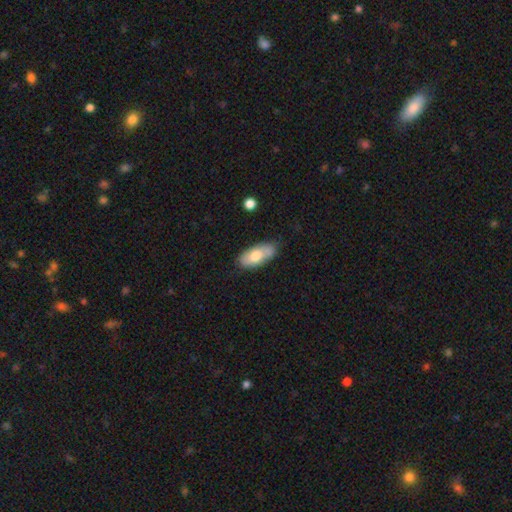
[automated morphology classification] smooth_or_featured: smooth (p=0.72) [alt: featured or disk p=0.22]
how_rounded: in between (p=0.87) [alt: cigar-shaped p=0.10]
merging: none (p=0.70) [alt: minor disturbance p=0.21]